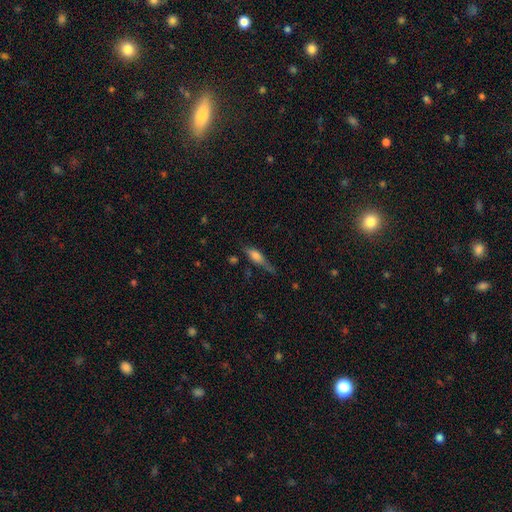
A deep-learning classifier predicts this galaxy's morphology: This is likely a smooth galaxy (64%). How rounded: possibly in between (49%). Merging: possibly none (51%).